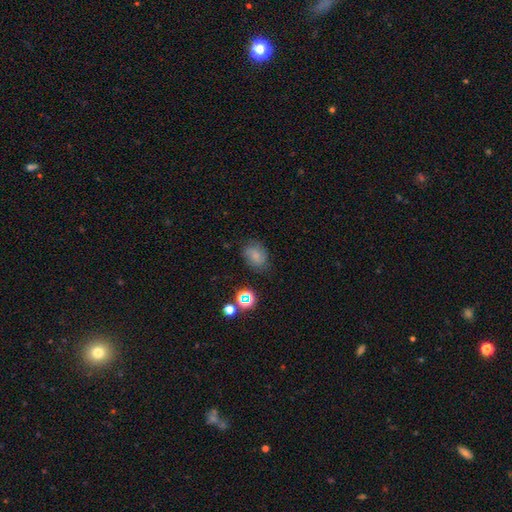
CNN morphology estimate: The model was most divided on "how rounded": in between: 64%, round: 35%, cigar-shaped: 1%. More confident: merging — none (73%); smooth or featured — smooth (67%).